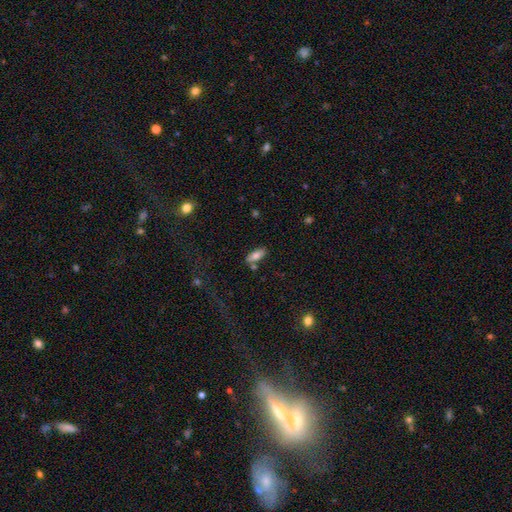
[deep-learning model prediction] smooth_or_featured: smooth (p=0.77) [alt: featured or disk p=0.15]
how_rounded: in between (p=0.76) [alt: cigar-shaped p=0.22]
merging: none (p=0.75) [alt: minor disturbance p=0.12]